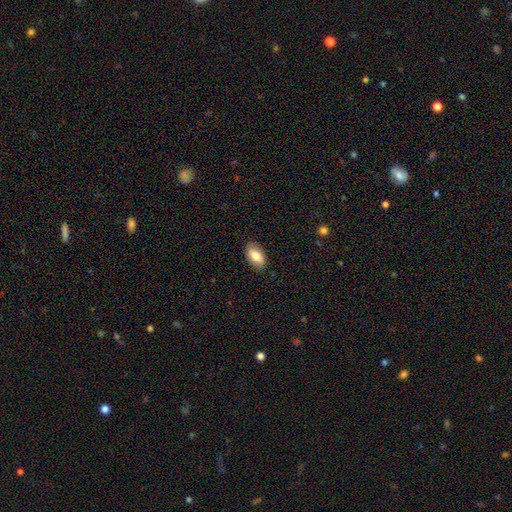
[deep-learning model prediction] This is likely a smooth galaxy (78%). How rounded: clearly in between (93%). Merging: clearly none (86%).